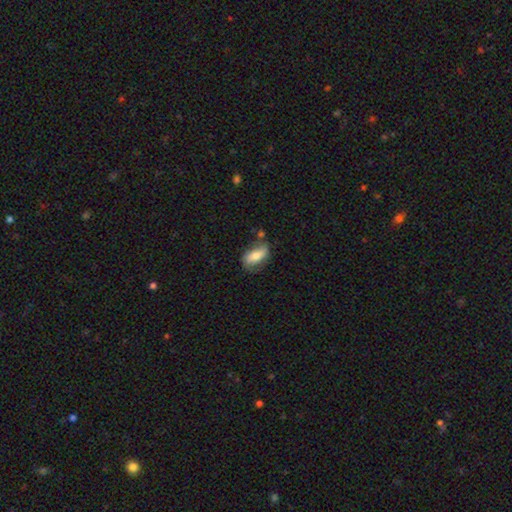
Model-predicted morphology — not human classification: This appears to be a smooth galaxy with no disk features (65%) that is in between round and cigar-shaped (84%). Merging: none (59%).